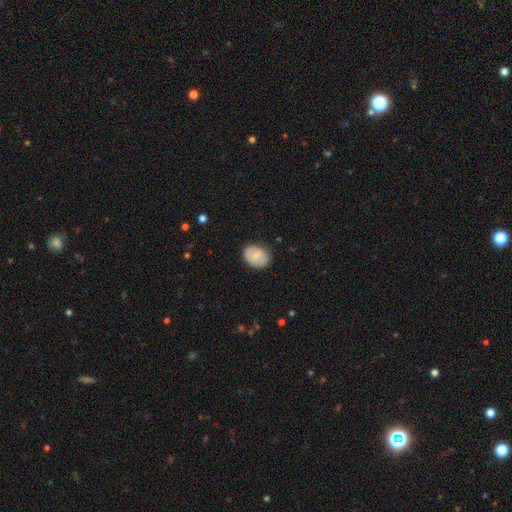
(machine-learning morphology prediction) Smooth or featured? smooth (64%)
How rounded? in between (60%)
Merging? none (80%)